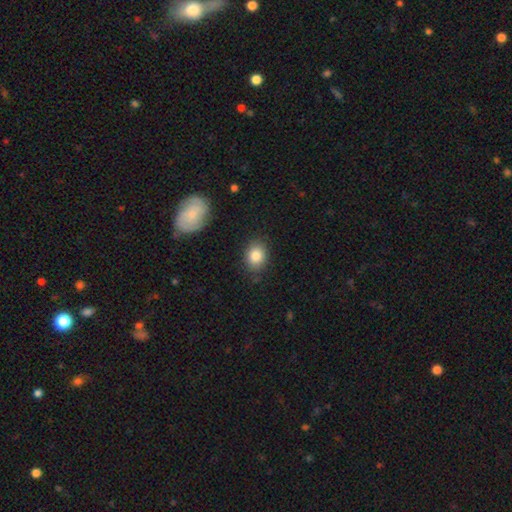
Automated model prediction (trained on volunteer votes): Smooth or featured?
  - smooth: 85% *
  - star or artifact: 8%
  - featured or disk: 7%
How rounded?
  - in between: 63% *
  - round: 36%
  - cigar-shaped: 1%
Merging?
  - none: 82% *
  - minor disturbance: 13%
  - major disturbance: 3%
  - merger: 2%